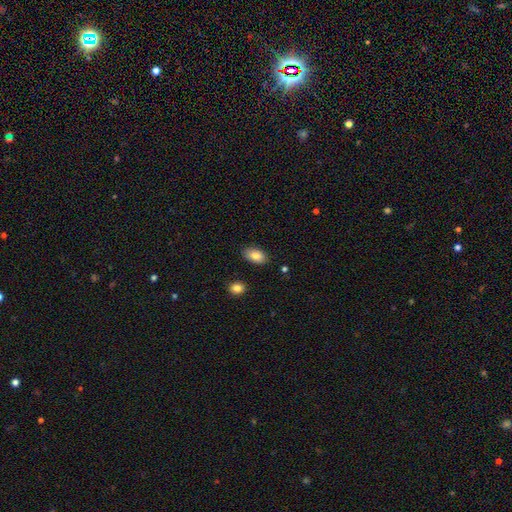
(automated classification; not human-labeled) Smooth or featured: smooth — 83% (featured or disk — 9%)
How rounded: in between — 93% (round — 6%)
Merging: none — 85% (minor disturbance — 11%)